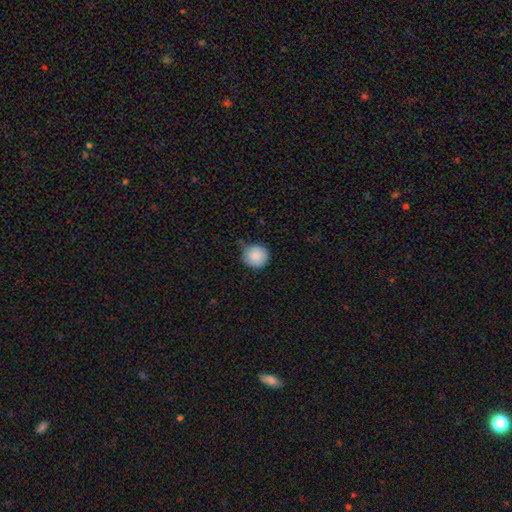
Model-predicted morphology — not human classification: Smooth or featured: smooth — 88% (star or artifact — 8%)
How rounded: round — 94% (in between — 6%)
Merging: none — 79% (minor disturbance — 16%)